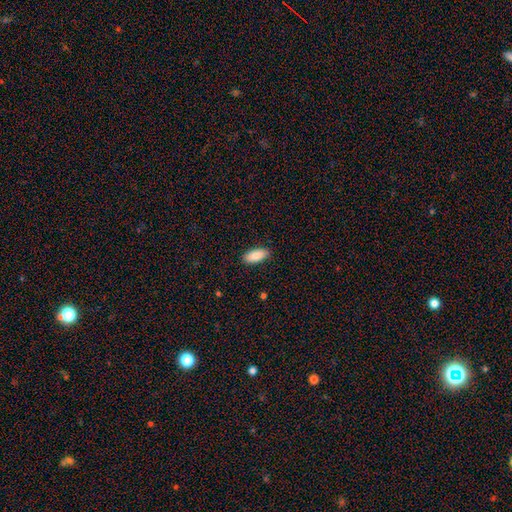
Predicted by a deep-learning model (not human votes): Smooth or featured?
  - smooth: 87% *
  - featured or disk: 7%
  - star or artifact: 6%
How rounded?
  - in between: 88% *
  - cigar-shaped: 10%
  - round: 2%
Merging?
  - none: 87% *
  - minor disturbance: 10%
  - major disturbance: 2%
  - merger: 1%